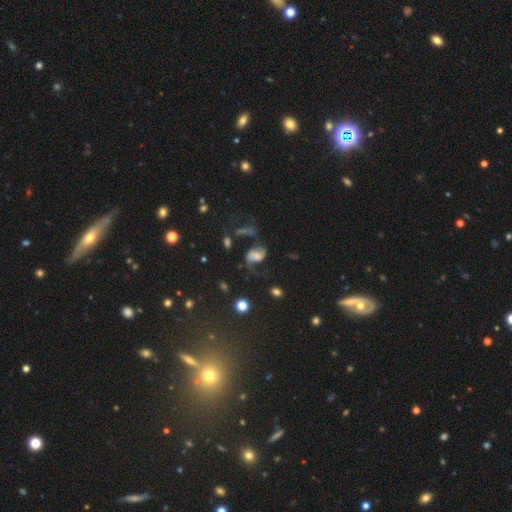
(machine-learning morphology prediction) This is likely a featured or disk galaxy (65%). It is clearly not viewed edge-on (97%). Bar: possibly no (50%). Spiral arm pattern: clearly yes (89%). Spiral arm count: clearly 2 (86%). Spiral winding: possibly loose (58%). Central bulge: marginally moderate (28%). Merging: possibly none (47%).